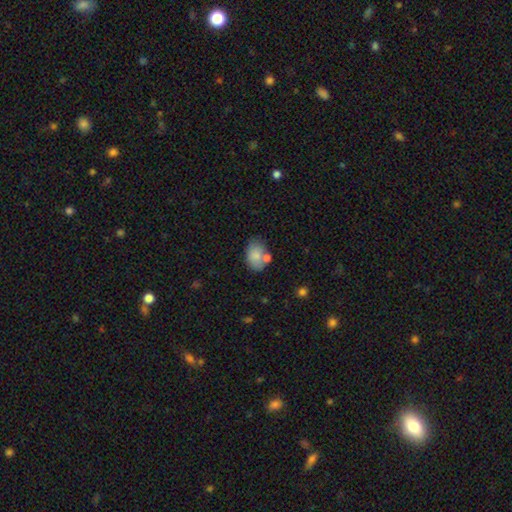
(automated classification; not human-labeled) This appears to be a smooth galaxy with no disk features (81%) that is in between round and cigar-shaped (80%). Merging: none (57%).